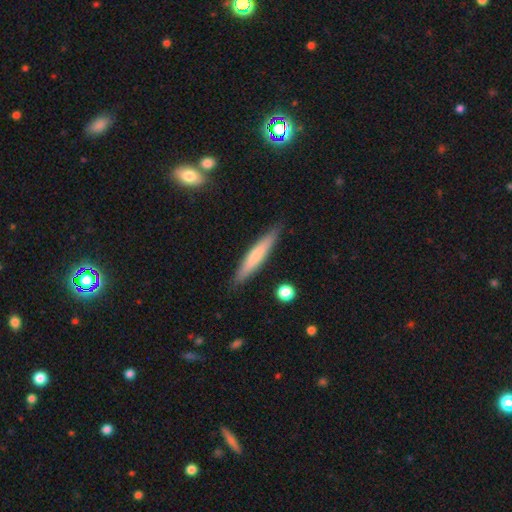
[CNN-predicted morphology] This is likely a smooth galaxy (67%). How rounded: clearly cigar-shaped (92%). Merging: clearly none (88%).